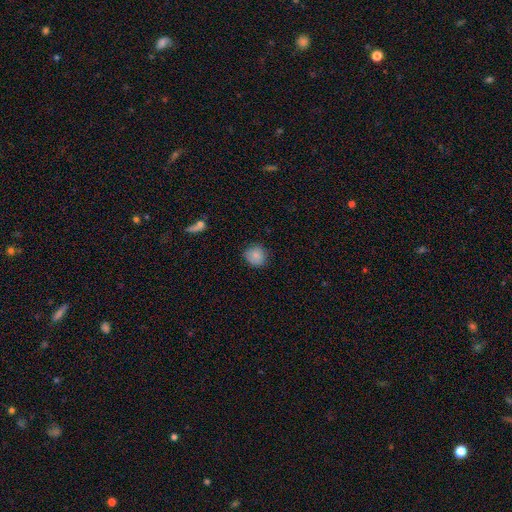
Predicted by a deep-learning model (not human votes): smooth 85%, star or artifact 9%, featured or disk 6%. Down the decision tree: how rounded — round (88%); merging — none (81%).